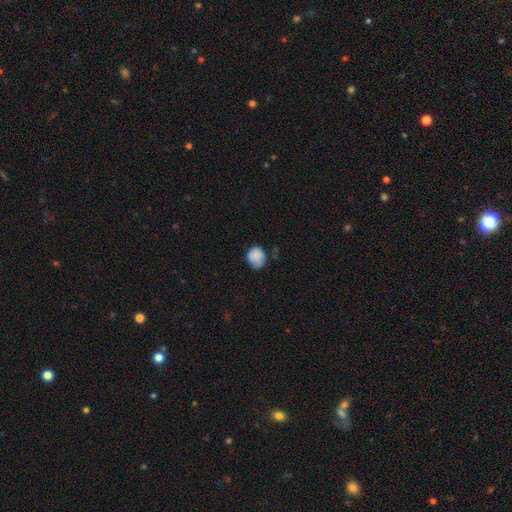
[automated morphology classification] smooth_or_featured: smooth (p=0.81) [alt: featured or disk p=0.10]
how_rounded: round (p=0.73) [alt: in between p=0.26]
merging: none (p=0.56) [alt: minor disturbance p=0.33]